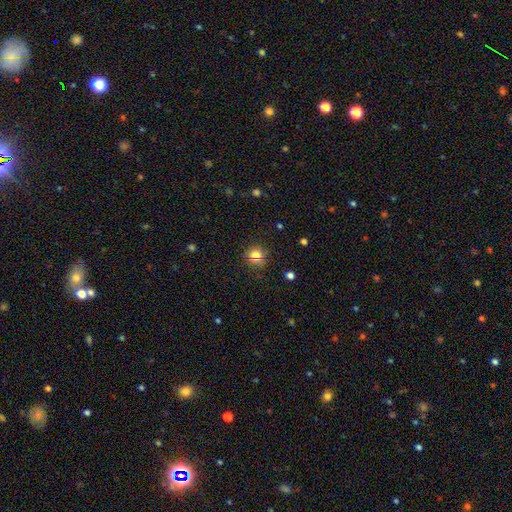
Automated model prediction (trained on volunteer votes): Morphology: type=smooth (76%); roundness=round (86%); merging=none (80%).